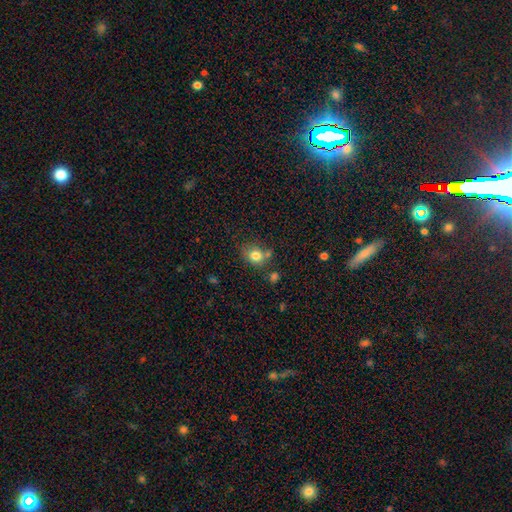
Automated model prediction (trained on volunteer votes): A smooth galaxy with no disk features (79%) that is round (65%).

Vote fractions:
- Smooth or featured? smooth: 79% / star or artifact: 11% / featured or disk: 9%
- How rounded? round: 65% / in between: 34% / cigar-shaped: 1%
- Merging? none: 61% / minor disturbance: 19% / merger: 14% / major disturbance: 6%